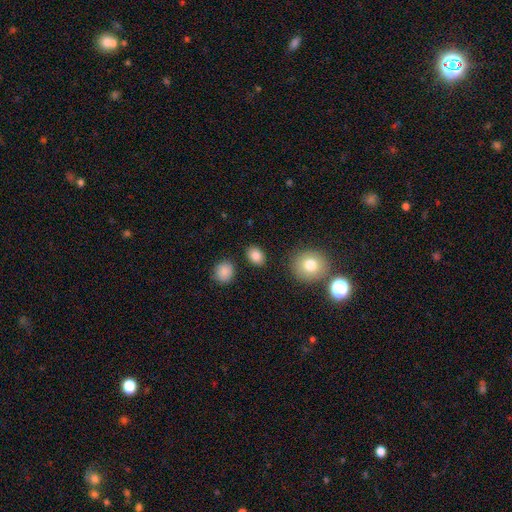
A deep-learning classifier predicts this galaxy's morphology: This appears to be a smooth galaxy with no disk features (85%) that is in between round and cigar-shaped (67%). Merging: none (86%).